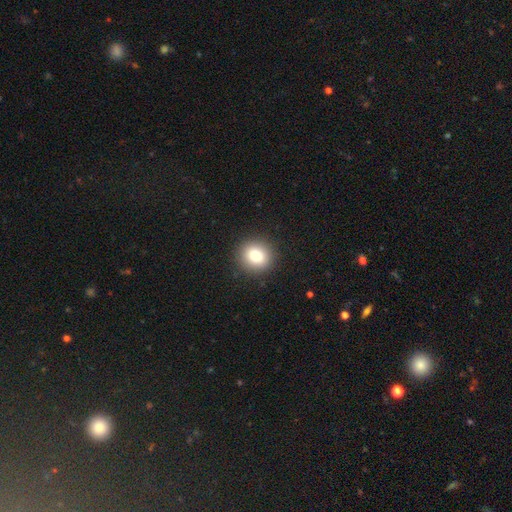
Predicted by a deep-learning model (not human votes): Q: Smooth or featured?
A: smooth (82%); runner-up: star or artifact (11%)
Q: How rounded?
A: round (86%); runner-up: in between (13%)
Q: Merging?
A: none (91%); runner-up: minor disturbance (6%)